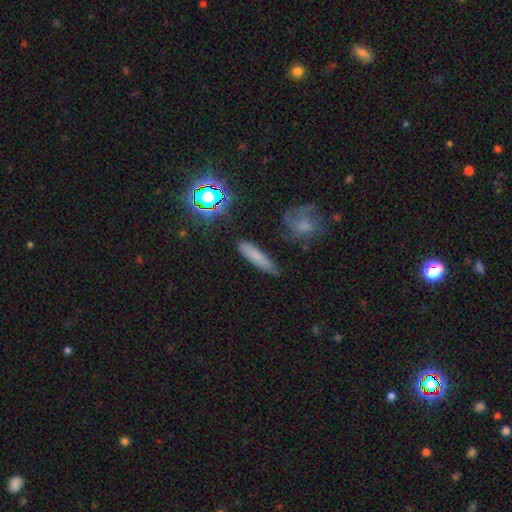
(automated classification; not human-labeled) A smooth galaxy with no disk features (70%) that is cigar-shaped (76%). Merging: none (79%).